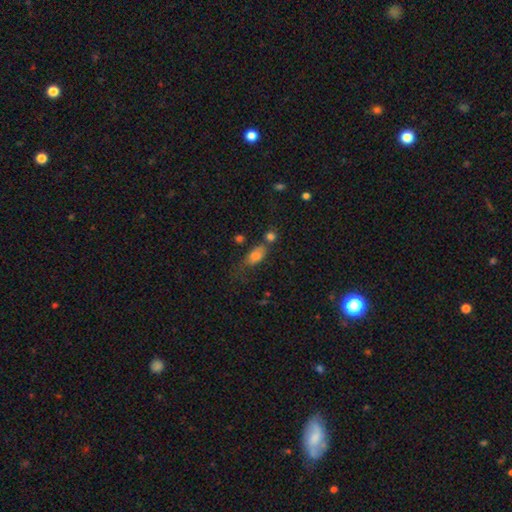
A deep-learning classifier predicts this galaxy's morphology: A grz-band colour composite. It shows a smooth galaxy with no disk features (73%) that is in between round and cigar-shaped (77%). Merging: none (41%).